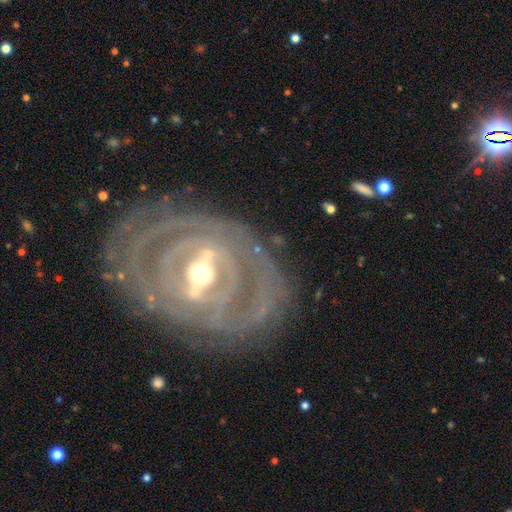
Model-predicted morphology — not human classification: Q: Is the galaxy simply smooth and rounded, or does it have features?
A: featured or disk — 88%.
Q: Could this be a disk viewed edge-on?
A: no — 93%.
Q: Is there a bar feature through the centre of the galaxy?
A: strong — 55%.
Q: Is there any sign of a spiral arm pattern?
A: yes — 86%.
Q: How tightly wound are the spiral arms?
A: tight — 82%.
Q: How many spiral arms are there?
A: can't tell — 40%.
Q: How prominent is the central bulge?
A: moderate — 63%.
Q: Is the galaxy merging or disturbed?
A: none — 80%.